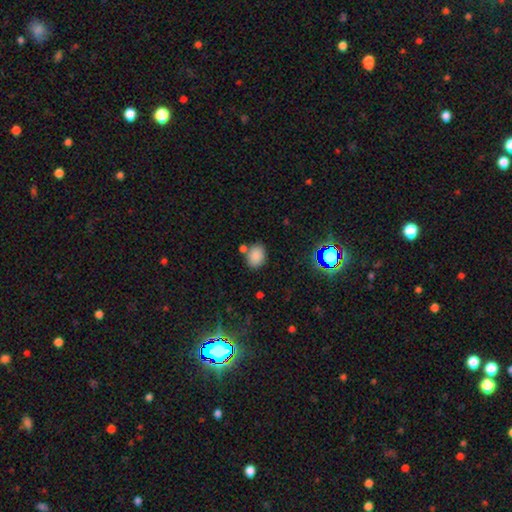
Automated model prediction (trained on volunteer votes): smooth 83%, star or artifact 12%, featured or disk 5%. Down the decision tree: how rounded — in between (60%); merging — none (69%).